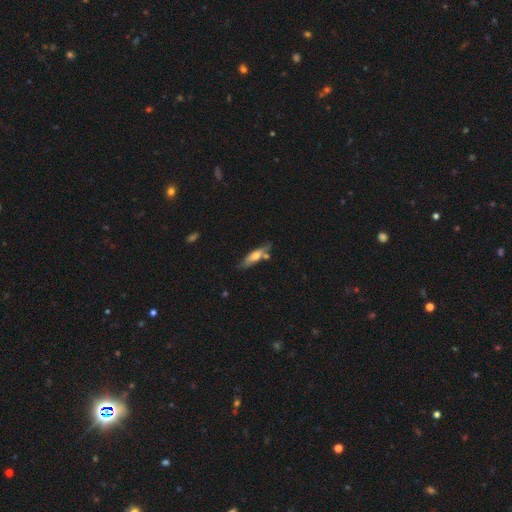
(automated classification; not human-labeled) A smooth galaxy with no disk features (52%) that is cigar-shaped (67%). Merging: none (69%).